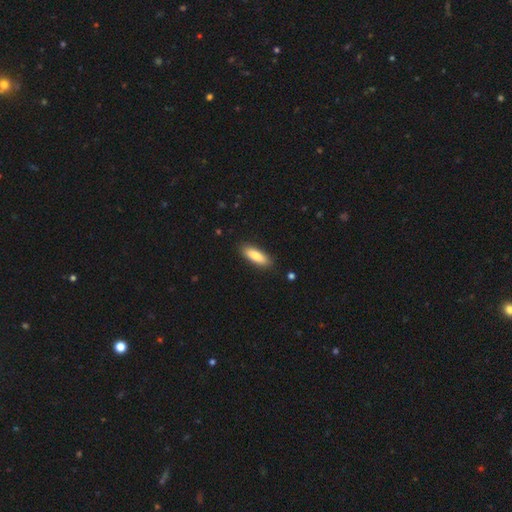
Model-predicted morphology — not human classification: This is clearly a smooth galaxy (84%). How rounded: possibly in between (60%). Merging: clearly none (87%).